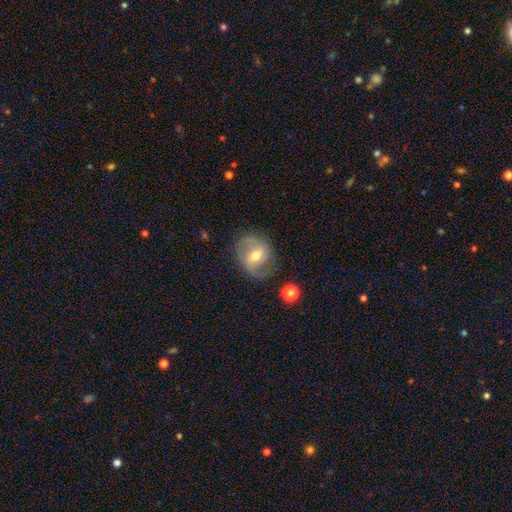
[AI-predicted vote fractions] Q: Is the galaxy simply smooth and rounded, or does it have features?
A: featured or disk — 67%.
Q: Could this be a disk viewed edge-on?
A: no — 97%.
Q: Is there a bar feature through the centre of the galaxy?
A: weak — 48%.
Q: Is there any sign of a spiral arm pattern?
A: yes — 85%.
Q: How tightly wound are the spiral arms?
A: medium — 48%.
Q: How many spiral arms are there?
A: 2 — 83%.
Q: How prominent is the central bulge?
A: moderate — 70%.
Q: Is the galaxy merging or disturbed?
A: none — 71%.